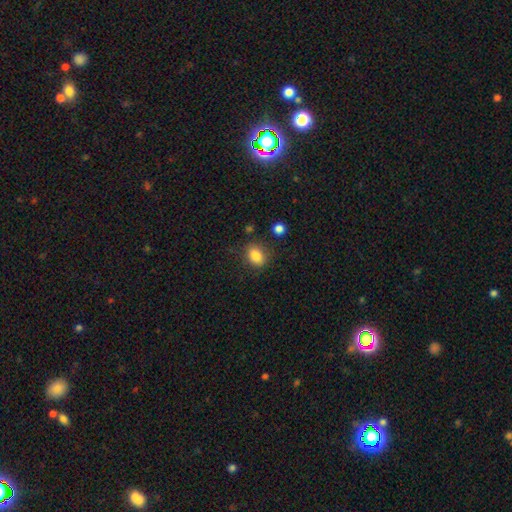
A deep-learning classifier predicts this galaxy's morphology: Q: Smooth or featured?
A: smooth (85%); runner-up: star or artifact (10%)
Q: How rounded?
A: in between (67%); runner-up: round (31%)
Q: Merging?
A: none (77%); runner-up: minor disturbance (15%)